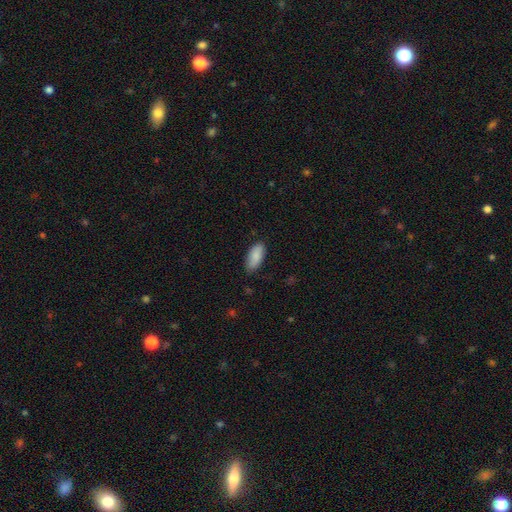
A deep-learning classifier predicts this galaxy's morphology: type=smooth (86%); roundness=in between (86%); merging=none (82%).